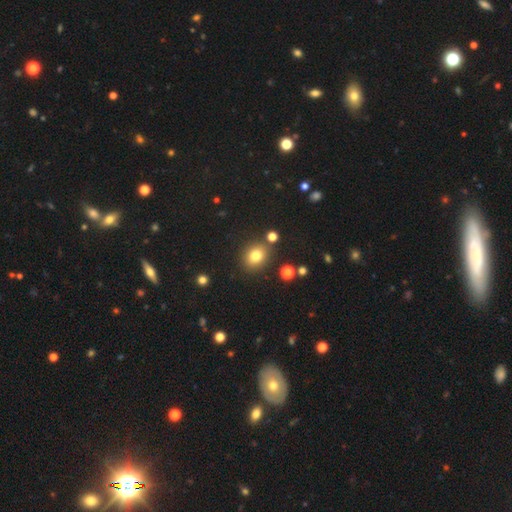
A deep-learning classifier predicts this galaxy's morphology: Overall: smooth (79%). How rounded: round (63%; in between 36%). Merging: none (82%).